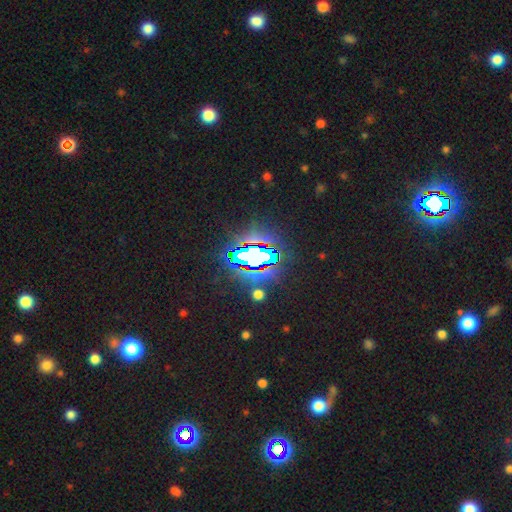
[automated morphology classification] Overall: star or artifact (67%).